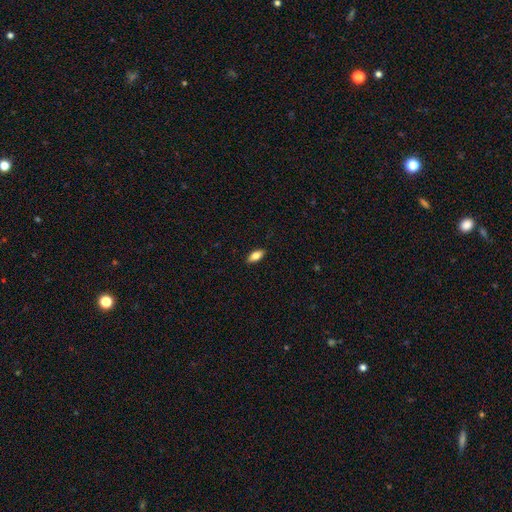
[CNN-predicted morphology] Q: Smooth or featured?
A: smooth (80%); runner-up: featured or disk (13%)
Q: How rounded?
A: in between (86%); runner-up: cigar-shaped (11%)
Q: Merging?
A: none (90%); runner-up: minor disturbance (8%)